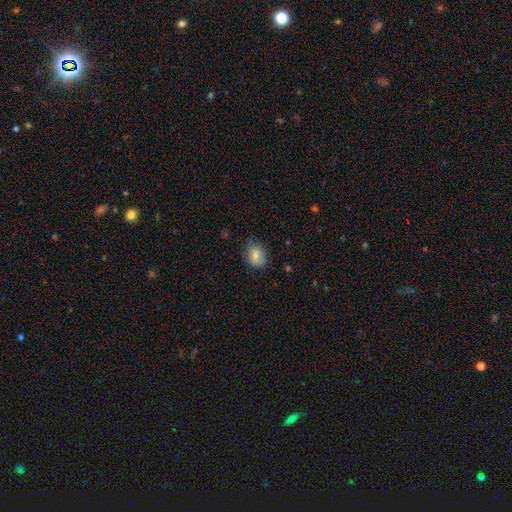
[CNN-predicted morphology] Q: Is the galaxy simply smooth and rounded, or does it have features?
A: smooth — 83%.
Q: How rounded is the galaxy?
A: in between — 63%.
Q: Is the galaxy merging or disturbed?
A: none — 71%.